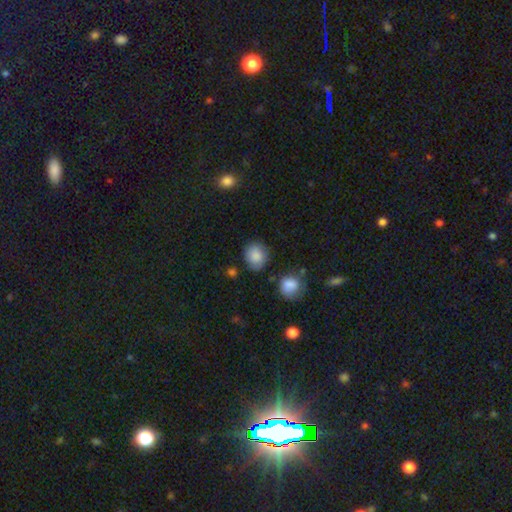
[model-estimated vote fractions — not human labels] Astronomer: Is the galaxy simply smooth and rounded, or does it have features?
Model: smooth — 86%.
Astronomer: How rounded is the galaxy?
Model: round — 77%.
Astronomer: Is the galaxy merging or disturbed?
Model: none — 76%.